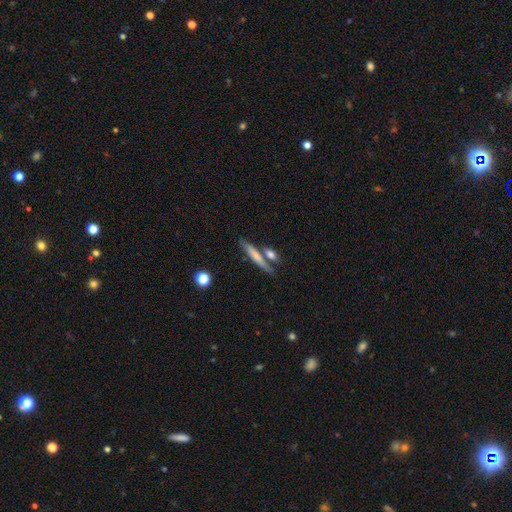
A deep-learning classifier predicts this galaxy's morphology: A smooth galaxy with no disk features (65%) that is cigar-shaped (87%). Merging: none (64%).